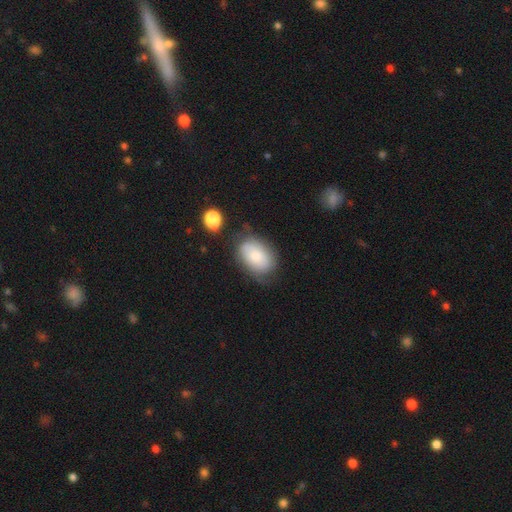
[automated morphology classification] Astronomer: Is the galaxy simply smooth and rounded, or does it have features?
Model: smooth — 74%.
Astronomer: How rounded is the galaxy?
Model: in between — 84%.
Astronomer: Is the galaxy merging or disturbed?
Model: none — 57%.